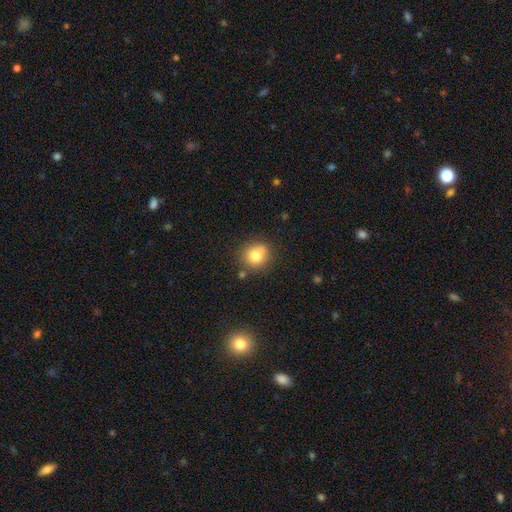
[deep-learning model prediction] smooth 79%, star or artifact 11%, featured or disk 10%. Down the decision tree: how rounded — round (88%); merging — none (79%).